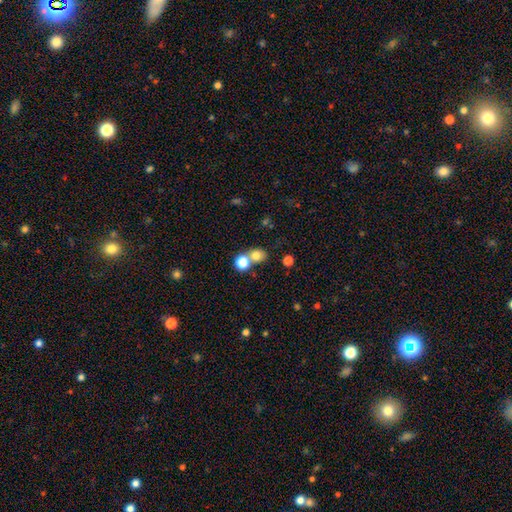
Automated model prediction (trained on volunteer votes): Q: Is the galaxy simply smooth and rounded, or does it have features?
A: smooth — 76%.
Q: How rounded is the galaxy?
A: round — 65%.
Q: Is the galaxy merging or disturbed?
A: none — 49%.